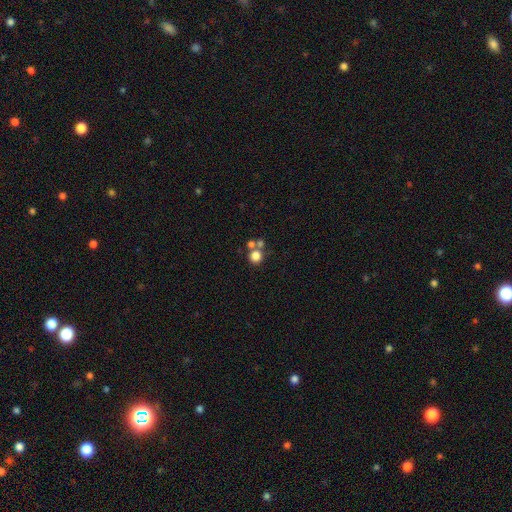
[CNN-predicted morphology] smooth-or-featured: smooth: 78% | star or artifact: 13% | featured or disk: 9%
  how-rounded: round: 88% | in between: 11% | cigar-shaped: 1%
  merging: none: 52% | merger: 37% | minor disturbance: 7% | major disturbance: 4%